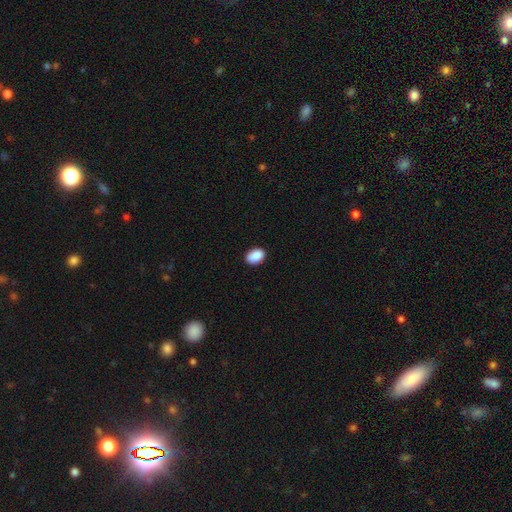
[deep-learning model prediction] A smooth galaxy with no disk features (90%) that is in between round and cigar-shaped (86%).

Vote fractions:
- Smooth or featured? smooth: 90% / star or artifact: 7% / featured or disk: 2%
- How rounded? in between: 86% / round: 13% / cigar-shaped: 1%
- Merging? none: 89% / minor disturbance: 9% / major disturbance: 2% / merger: 1%